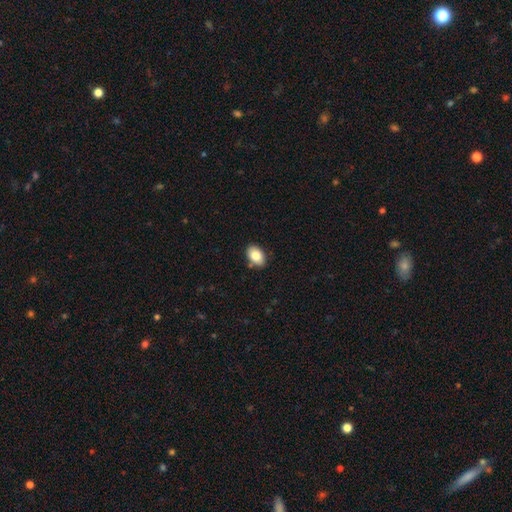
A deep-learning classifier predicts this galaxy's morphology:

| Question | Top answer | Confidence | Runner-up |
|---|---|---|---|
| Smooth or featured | smooth | 82% | featured or disk (10%) |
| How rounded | in between | 88% | round (11%) |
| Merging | none | 85% | minor disturbance (11%) |